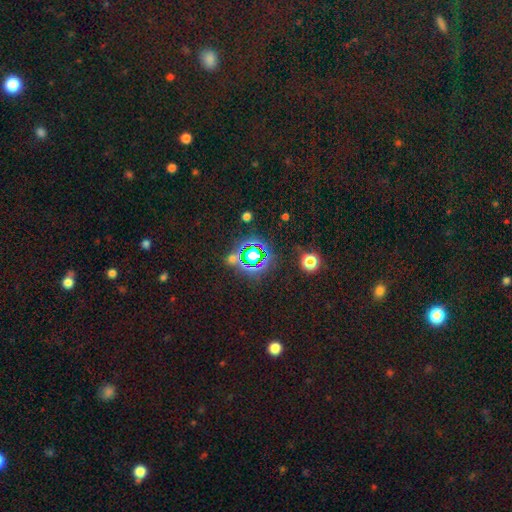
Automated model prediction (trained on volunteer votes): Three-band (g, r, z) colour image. It shows a star or artifact, not a galaxy (75%).